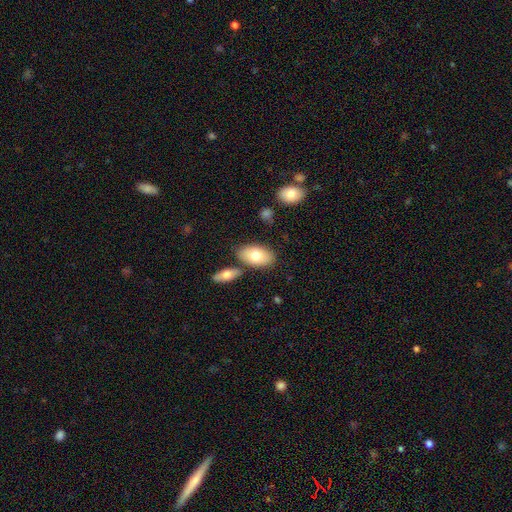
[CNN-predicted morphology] Smooth or featured? smooth (76%)
How rounded? in between (94%)
Merging? none (75%)